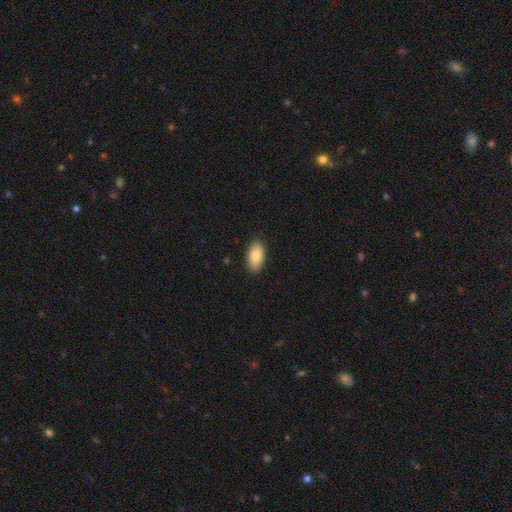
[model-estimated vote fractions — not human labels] A smooth galaxy with no disk features (85%) that is in between round and cigar-shaped (94%). Merging: none (89%).